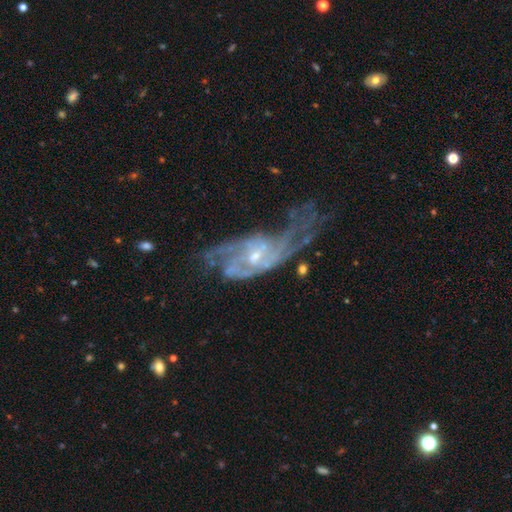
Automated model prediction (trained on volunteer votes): The model was most divided on "merging": none: 39%, major disturbance: 33%, minor disturbance: 22%, merger: 5%. Remaining: edge-on disk — no (94%); spiral arms — yes (91%); smooth or featured — featured or disk (86%); bulge size — small (59%); bar — no (50%); spiral winding — medium (43%); spiral arm count — 2 (39%).